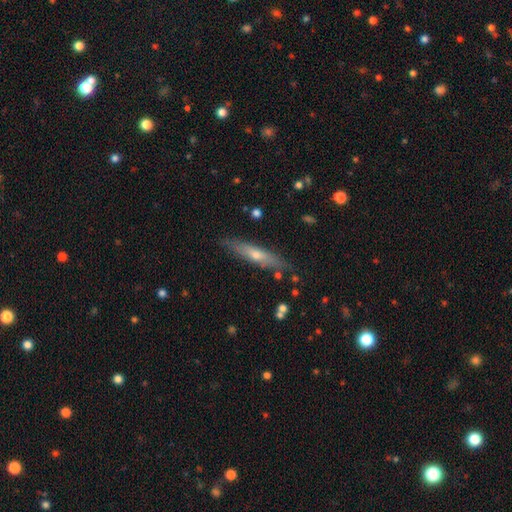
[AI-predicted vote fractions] Smooth or featured? smooth (47%, tied with featured or disk)
Merging? none (84%)